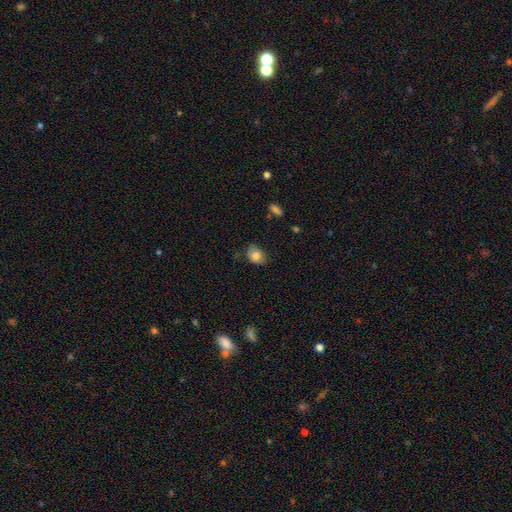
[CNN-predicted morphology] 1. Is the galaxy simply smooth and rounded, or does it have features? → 81% smooth, 10% featured or disk, 9% star or artifact.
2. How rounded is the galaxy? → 57% in between, 42% round, 1% cigar-shaped.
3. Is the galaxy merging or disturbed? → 70% none, 23% minor disturbance, 4% major disturbance, 2% merger.